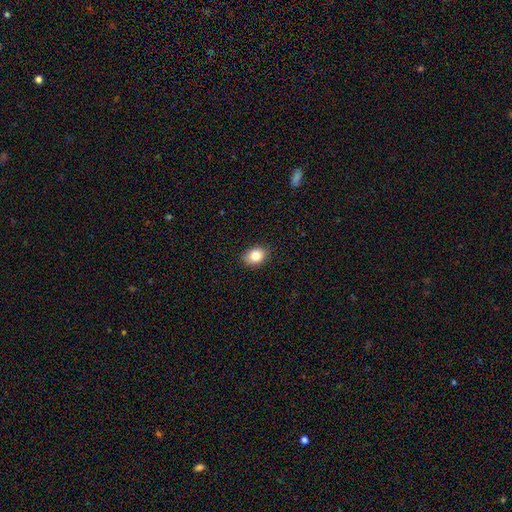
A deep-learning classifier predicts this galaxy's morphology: A smooth galaxy with no disk features (83%) that is in between round and cigar-shaped (66%).

Vote fractions:
- Smooth or featured? smooth: 83% / star or artifact: 9% / featured or disk: 8%
- How rounded? in between: 66% / round: 33% / cigar-shaped: 1%
- Merging? none: 87% / minor disturbance: 10% / major disturbance: 2% / merger: 1%